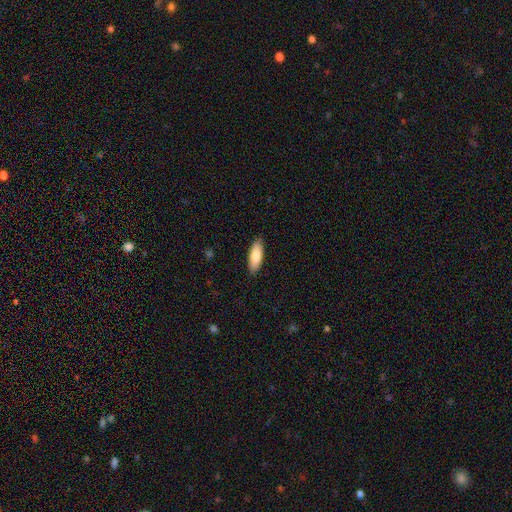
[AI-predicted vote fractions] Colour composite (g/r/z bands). It shows a smooth galaxy with no disk features (83%) that is in between round and cigar-shaped (69%). Merging: none (89%).